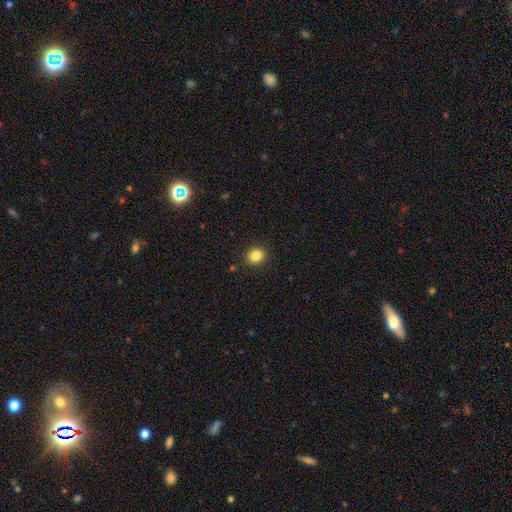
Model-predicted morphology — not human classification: The model was most divided on "how rounded": round: 76%, in between: 23%, cigar-shaped: 1%. More confident: merging — none (89%); smooth or featured — smooth (84%).